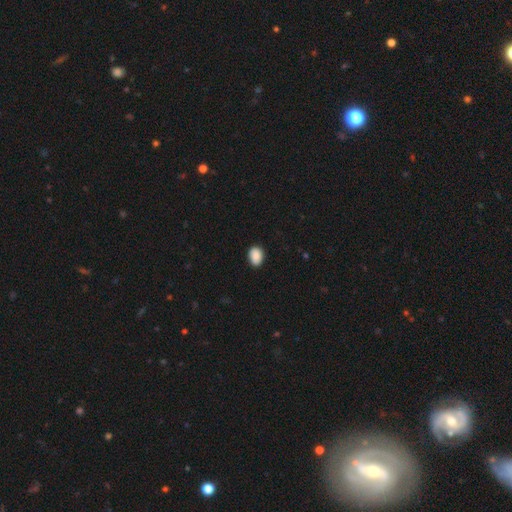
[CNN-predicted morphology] Overall: smooth (88%). How rounded: in between (73%). Merging: none (85%).